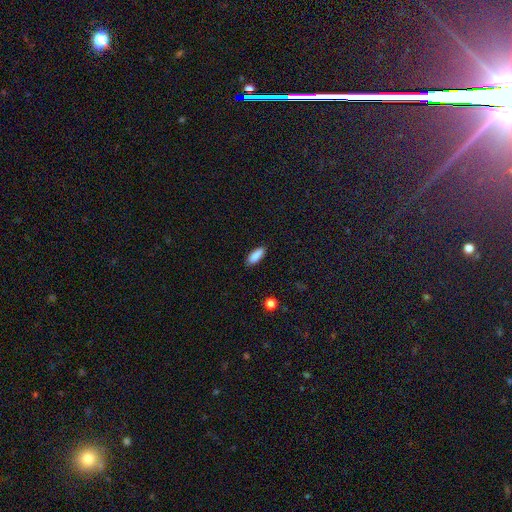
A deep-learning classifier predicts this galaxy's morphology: Smooth or featured: smooth — 88% (star or artifact — 7%)
How rounded: in between — 69% (cigar-shaped — 29%)
Merging: none — 87% (minor disturbance — 10%)